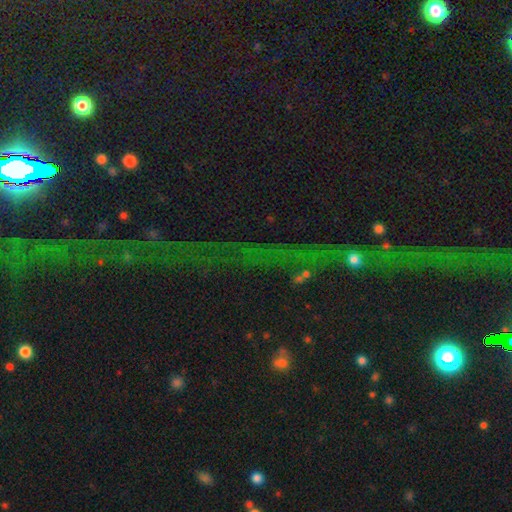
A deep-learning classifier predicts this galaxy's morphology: The model was most divided on "smooth or featured": star or artifact: 80%, featured or disk: 10%, smooth: 10%.